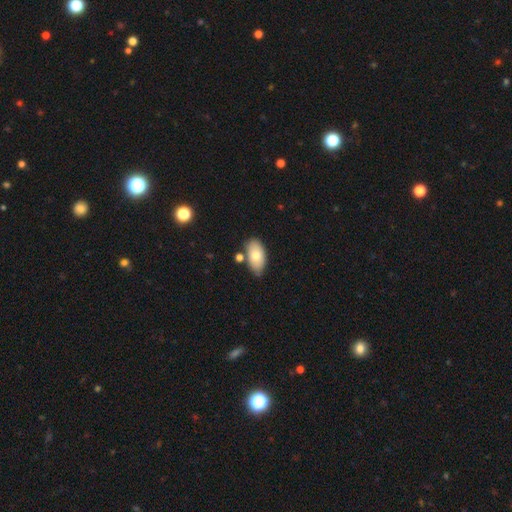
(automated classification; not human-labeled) A smooth galaxy with no disk features (75%) that is in between round and cigar-shaped (94%).

Vote fractions:
- Smooth or featured? smooth: 75% / featured or disk: 18% / star or artifact: 7%
- How rounded? in between: 94% / round: 4% / cigar-shaped: 2%
- Merging? none: 73% / minor disturbance: 15% / merger: 10% / major disturbance: 3%